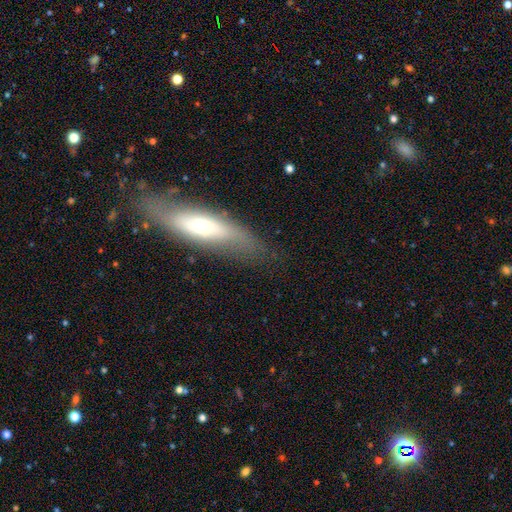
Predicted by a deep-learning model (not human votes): featured or disk 50%, smooth 40%, star or artifact 10%. Down the decision tree: merging — none (74%).